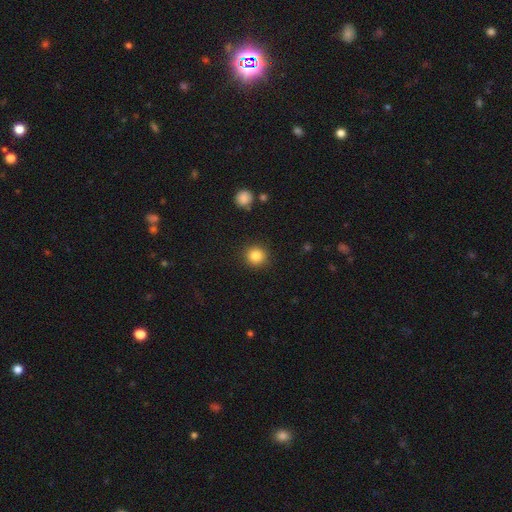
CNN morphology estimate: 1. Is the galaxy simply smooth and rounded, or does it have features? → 84% smooth, 11% star or artifact, 5% featured or disk.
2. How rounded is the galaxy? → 92% round, 7% in between, 1% cigar-shaped.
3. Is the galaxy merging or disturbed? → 91% none, 6% minor disturbance, 2% major disturbance, 1% merger.